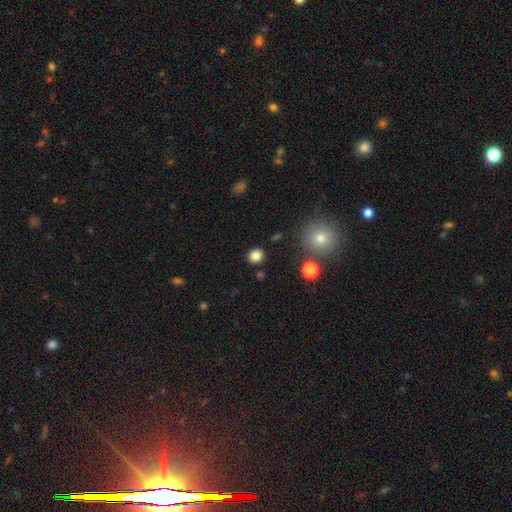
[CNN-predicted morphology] A smooth galaxy with no disk features (83%) that is round (74%).

Vote fractions:
- Smooth or featured? smooth: 83% / star or artifact: 12% / featured or disk: 5%
- How rounded? round: 74% / in between: 25% / cigar-shaped: 1%
- Merging? none: 87% / minor disturbance: 8% / merger: 3% / major disturbance: 3%